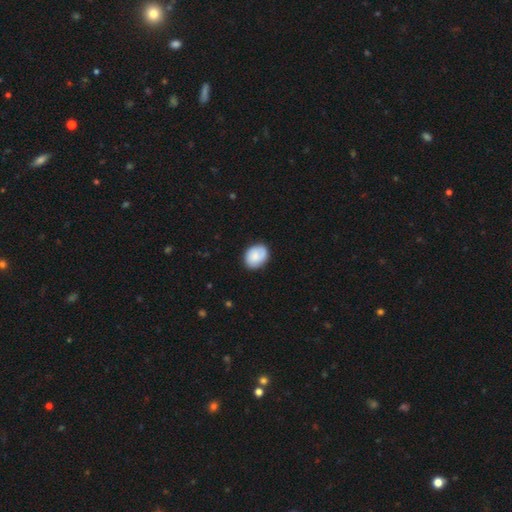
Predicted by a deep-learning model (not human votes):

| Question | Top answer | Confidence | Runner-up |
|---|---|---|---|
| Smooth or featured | smooth | 78% | featured or disk (15%) |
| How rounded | in between | 58% | round (42%) |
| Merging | none | 80% | minor disturbance (16%) |